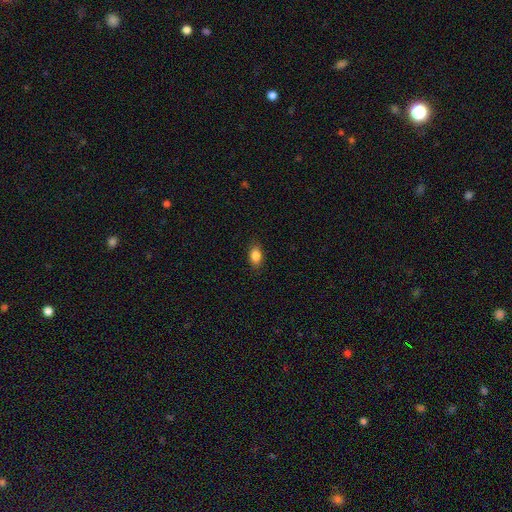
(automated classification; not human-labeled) Smooth or featured?
  - smooth: 85% *
  - star or artifact: 9%
  - featured or disk: 6%
How rounded?
  - in between: 85% *
  - round: 11%
  - cigar-shaped: 4%
Merging?
  - none: 87% *
  - minor disturbance: 10%
  - major disturbance: 2%
  - merger: 1%